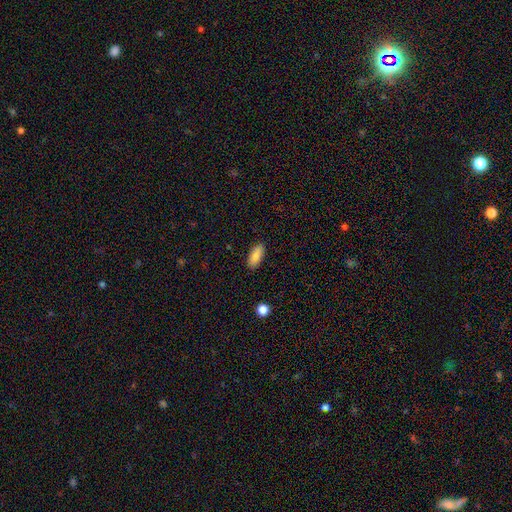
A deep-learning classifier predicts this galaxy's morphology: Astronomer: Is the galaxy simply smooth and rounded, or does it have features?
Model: smooth — 85%.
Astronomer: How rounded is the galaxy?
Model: in between — 81%.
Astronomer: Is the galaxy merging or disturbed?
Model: none — 89%.